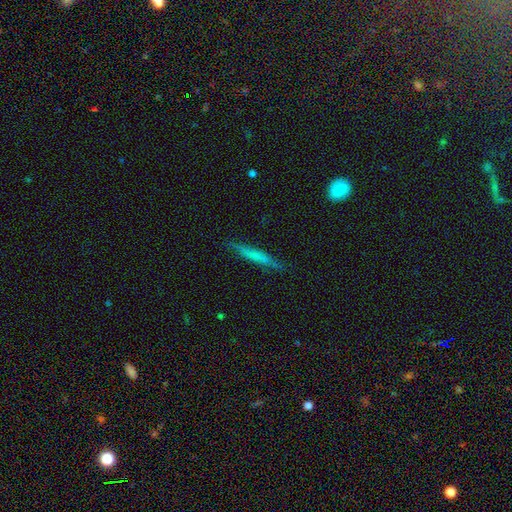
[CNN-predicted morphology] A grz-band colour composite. It shows a smooth galaxy with no disk features (54%) that is cigar-shaped (94%). Merging: none (83%).